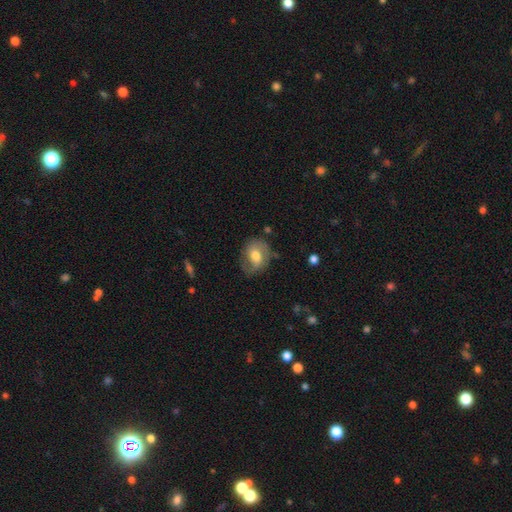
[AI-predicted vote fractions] Morphology: type=smooth (48%); merging=none (64%).